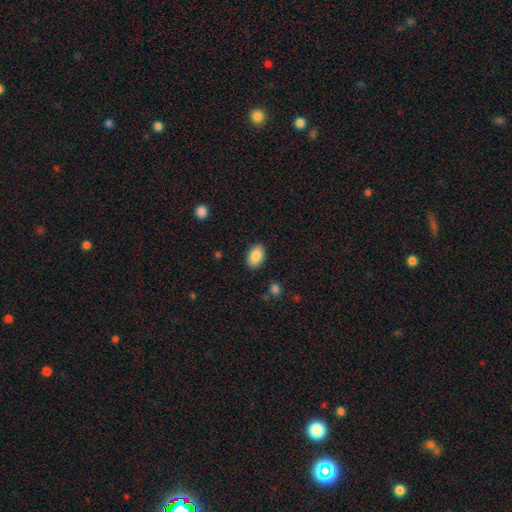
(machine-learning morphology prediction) Smooth or featured? Predicted: smooth (p=0.88). How rounded? Predicted: in between (p=0.89). Merging? Predicted: none (p=0.87).